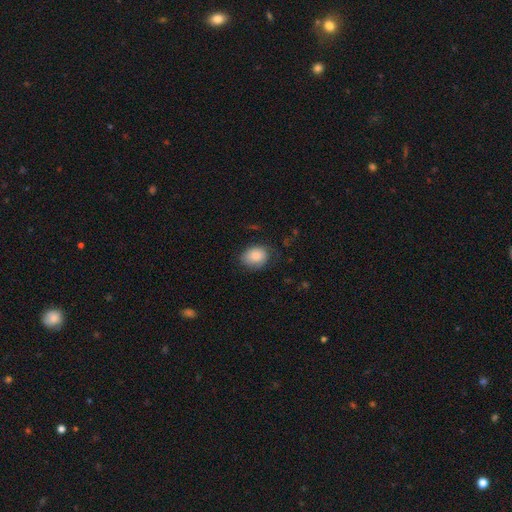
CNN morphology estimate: A smooth galaxy with no disk features (85%) that is in between round and cigar-shaped (63%).

Vote fractions:
- Smooth or featured? smooth: 85% / featured or disk: 8% / star or artifact: 7%
- How rounded? in between: 63% / round: 36% / cigar-shaped: 1%
- Merging? none: 66% / minor disturbance: 24% / major disturbance: 8% / merger: 1%